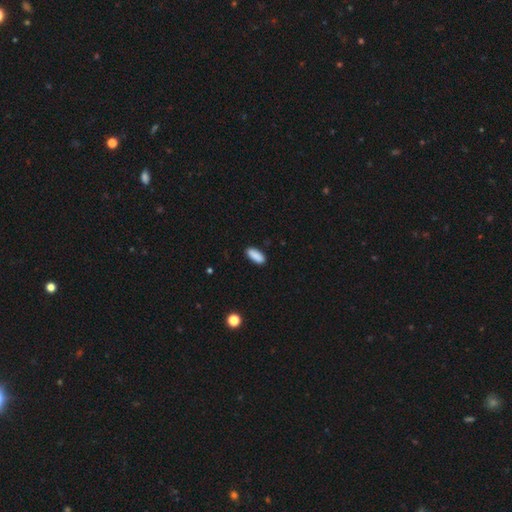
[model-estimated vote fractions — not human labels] A smooth galaxy with no disk features (89%) that is in between round and cigar-shaped (81%).

Vote fractions:
- Smooth or featured? smooth: 89% / star or artifact: 7% / featured or disk: 4%
- How rounded? in between: 81% / cigar-shaped: 17% / round: 2%
- Merging? none: 87% / minor disturbance: 10% / major disturbance: 2% / merger: 1%